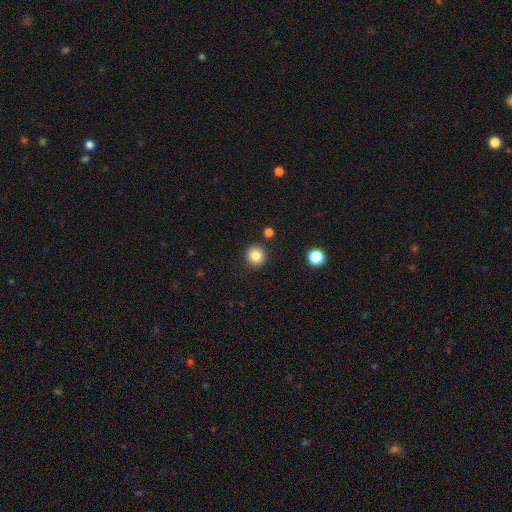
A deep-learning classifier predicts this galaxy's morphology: Smooth or featured? Predicted: smooth (p=0.85). How rounded? Predicted: round (p=0.92). Merging? Predicted: none (p=0.89).